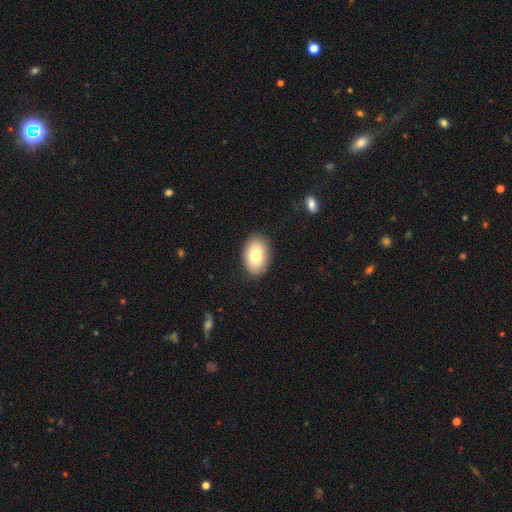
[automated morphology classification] smooth 78%, featured or disk 14%, star or artifact 8%. Down the decision tree: how rounded — in between (88%); merging — none (87%).